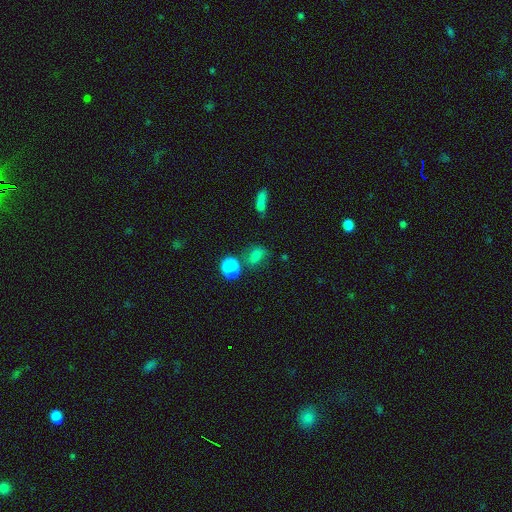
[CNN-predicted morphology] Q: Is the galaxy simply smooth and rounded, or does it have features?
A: smooth — 62%.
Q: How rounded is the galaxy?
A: in between — 54%.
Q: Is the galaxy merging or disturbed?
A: none — 62%.